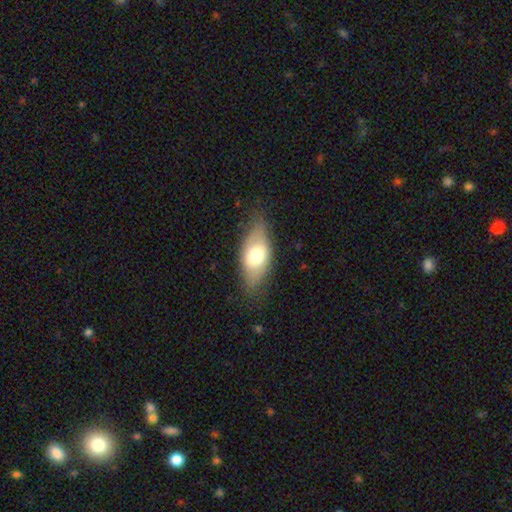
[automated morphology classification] Q: Smooth or featured?
A: smooth (66%); runner-up: featured or disk (27%)
Q: How rounded?
A: in between (85%); runner-up: cigar-shaped (10%)
Q: Merging?
A: none (72%); runner-up: minor disturbance (20%)